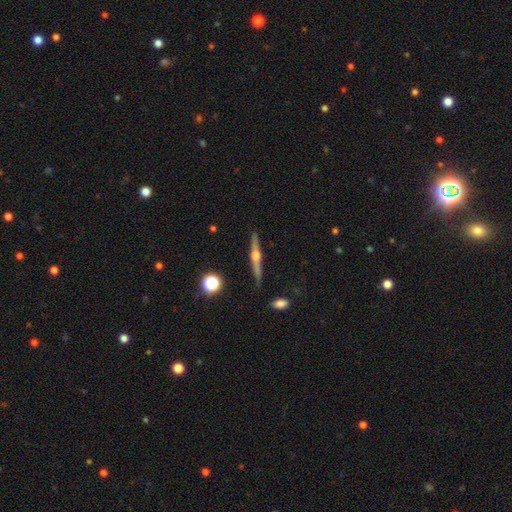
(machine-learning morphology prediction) A featured or disk galaxy (78%) viewed edge-on (98%) with a rounded central bulge (94%).

Vote fractions:
- Smooth or featured? featured or disk: 78% / smooth: 16% / star or artifact: 7%
- Edge-on disk? yes: 98% / no: 2%
- Edge-on bulge? rounded: 94% / boxy: 3% / none: 3%
- Merging? none: 89% / minor disturbance: 8% / merger: 2% / major disturbance: 2%